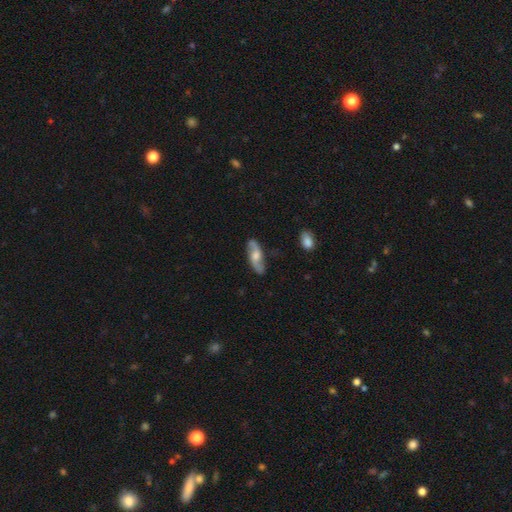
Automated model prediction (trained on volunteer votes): A featured or disk galaxy (65%) with no bar (57%), spiral arms (90%) and a moderate central bulge (58%).

Vote fractions:
- Smooth or featured? featured or disk: 65% / smooth: 30% / star or artifact: 6%
- Edge-on disk? no: 82% / yes: 18%
- Bar? no: 57% / weak: 35% / strong: 8%
- Spiral arms? yes: 90% / no: 10%
- Bulge size? moderate: 58% / small: 18% / large: 17% / none: 5% / dominant: 2%
- Merging? none: 80% / minor disturbance: 14% / major disturbance: 3% / merger: 2%